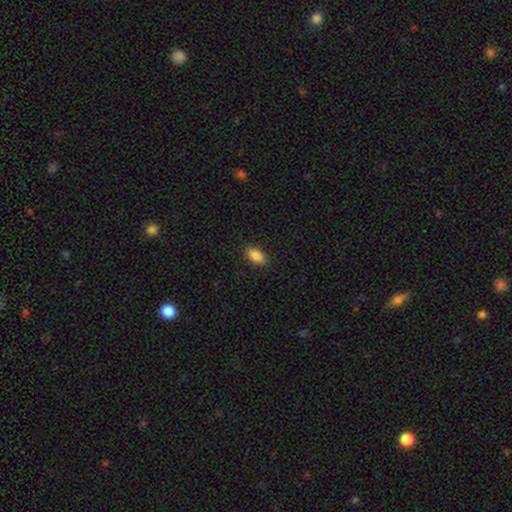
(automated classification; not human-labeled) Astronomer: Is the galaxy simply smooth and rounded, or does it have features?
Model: smooth — 88%.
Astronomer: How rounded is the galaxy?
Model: in between — 91%.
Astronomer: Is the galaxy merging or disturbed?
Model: none — 88%.